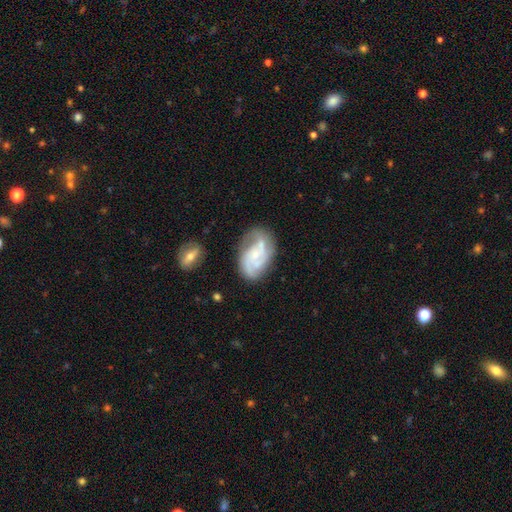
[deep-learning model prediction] Smooth or featured?
  - featured or disk: 79% *
  - smooth: 15%
  - star or artifact: 6%
Edge-on disk?
  - no: 97% *
  - yes: 3%
Bar?
  - no: 65% *
  - weak: 30%
  - strong: 5%
Spiral arms?
  - yes: 93% *
  - no: 7%
Spiral winding?
  - medium: 46% *
  - tight: 36%
  - loose: 18%
Spiral arm count?
  - 2: 37% *
  - 3: 30%
  - can't tell: 19%
  - 4: 6%
  - 1: 4%
  - more than 4: 4%
Bulge size?
  - small: 66% *
  - moderate: 23%
  - none: 8%
  - large: 2%
  - dominant: 1%
Merging?
  - none: 60% *
  - minor disturbance: 23%
  - major disturbance: 11%
  - merger: 6%